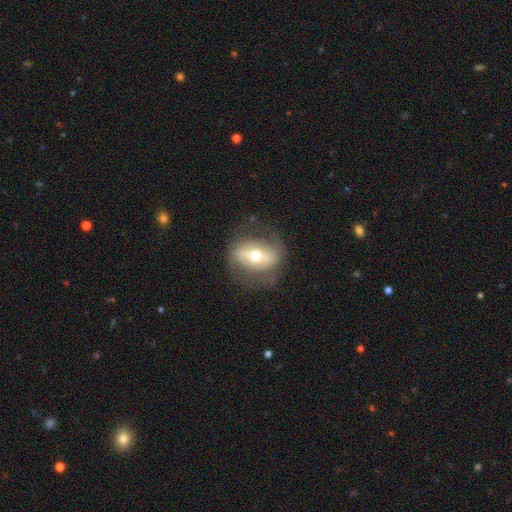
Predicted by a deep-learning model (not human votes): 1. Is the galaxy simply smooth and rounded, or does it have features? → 64% featured or disk, 29% smooth, 7% star or artifact.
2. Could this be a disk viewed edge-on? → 80% no, 20% yes.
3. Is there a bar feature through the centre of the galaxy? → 57% strong, 24% weak, 19% no.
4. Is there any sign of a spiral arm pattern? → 52% no, 48% yes.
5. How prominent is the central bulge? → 70% moderate, 19% small, 9% large, 1% dominant, 1% none.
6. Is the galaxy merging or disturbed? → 70% none, 18% minor disturbance, 10% major disturbance, 1% merger.